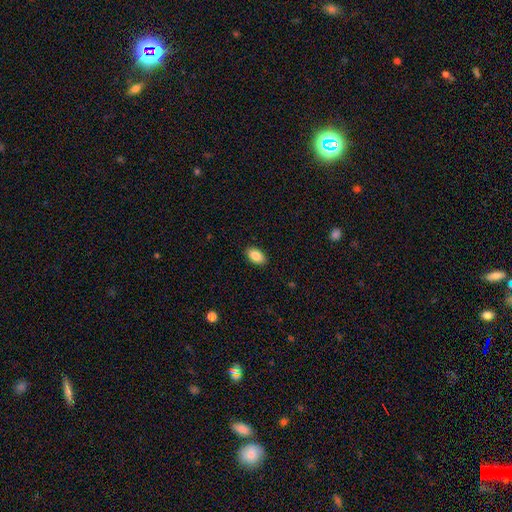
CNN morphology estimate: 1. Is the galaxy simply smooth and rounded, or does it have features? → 87% smooth, 7% star or artifact, 6% featured or disk.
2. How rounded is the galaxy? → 92% in between, 6% round, 2% cigar-shaped.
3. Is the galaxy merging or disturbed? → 89% none, 8% minor disturbance, 2% major disturbance, 1% merger.